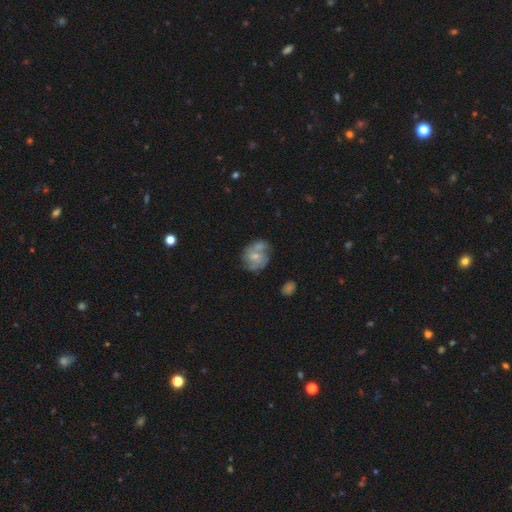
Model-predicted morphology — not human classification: smooth_or_featured: featured or disk (p=0.53) [alt: smooth p=0.40]
disk_edge_on: no (p=0.97) [alt: yes p=0.03]
bar: no (p=0.60) [alt: weak p=0.34]
has_spiral_arms: yes (p=0.70) [alt: no p=0.30]
bulge_size: small (p=0.55) [alt: moderate p=0.36]
merging: none (p=0.45) [alt: merger p=0.27]